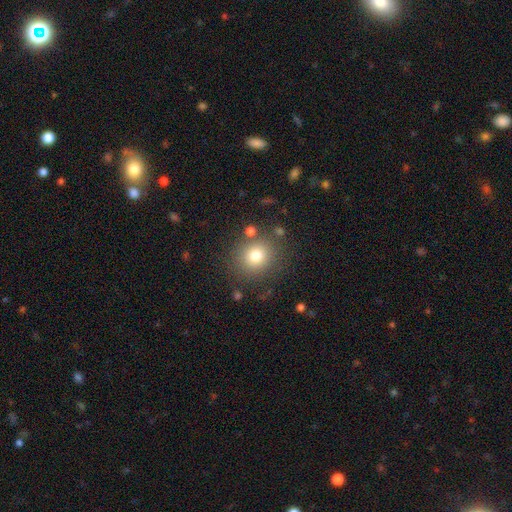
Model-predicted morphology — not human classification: Q: Smooth or featured?
A: smooth (78%); runner-up: star or artifact (13%)
Q: How rounded?
A: round (85%); runner-up: in between (14%)
Q: Merging?
A: none (81%); runner-up: minor disturbance (10%)